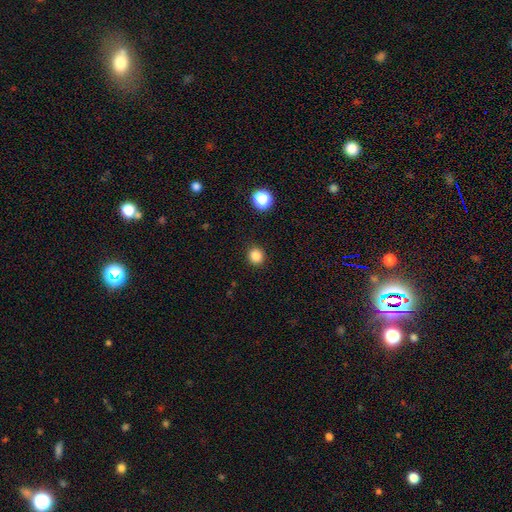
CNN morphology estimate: smooth_or_featured: smooth (p=0.85) [alt: star or artifact p=0.12]
how_rounded: round (p=0.91) [alt: in between p=0.08]
merging: none (p=0.91) [alt: minor disturbance p=0.05]